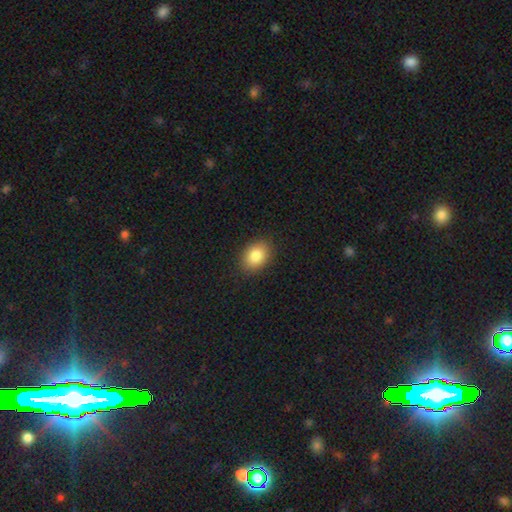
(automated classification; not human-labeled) Q: Smooth or featured?
A: smooth (85%); runner-up: star or artifact (8%)
Q: How rounded?
A: in between (73%); runner-up: round (26%)
Q: Merging?
A: none (88%); runner-up: minor disturbance (9%)